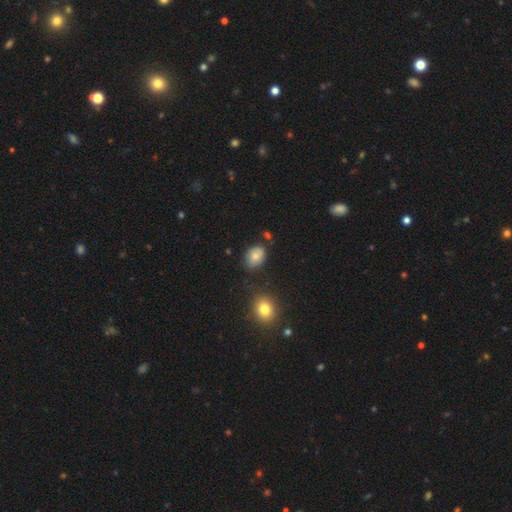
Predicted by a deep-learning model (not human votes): Smooth or featured? smooth (77%)
How rounded? in between (69%)
Merging? none (69%)